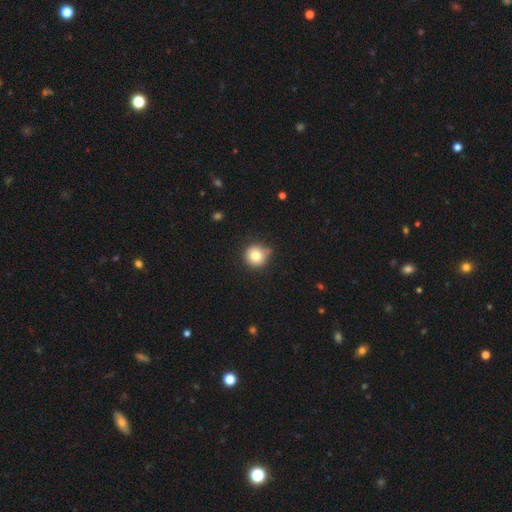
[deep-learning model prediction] Smooth or featured?
  - smooth: 80% *
  - star or artifact: 11%
  - featured or disk: 9%
How rounded?
  - round: 94% *
  - in between: 5%
  - cigar-shaped: 1%
Merging?
  - none: 74% *
  - minor disturbance: 19%
  - merger: 4%
  - major disturbance: 4%